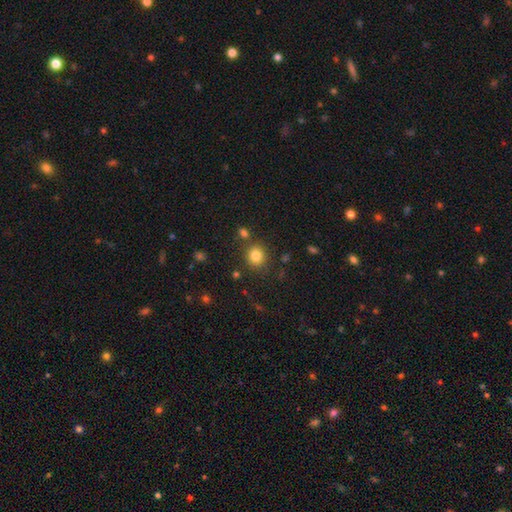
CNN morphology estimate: Smooth or featured: smooth — 83% (star or artifact — 12%)
How rounded: round — 77% (in between — 22%)
Merging: none — 80% (minor disturbance — 10%)